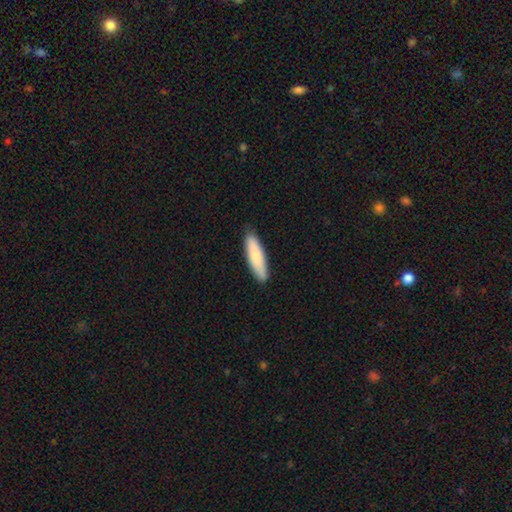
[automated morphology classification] This is clearly a smooth galaxy (82%). How rounded: likely cigar-shaped (73%). Merging: clearly none (88%).